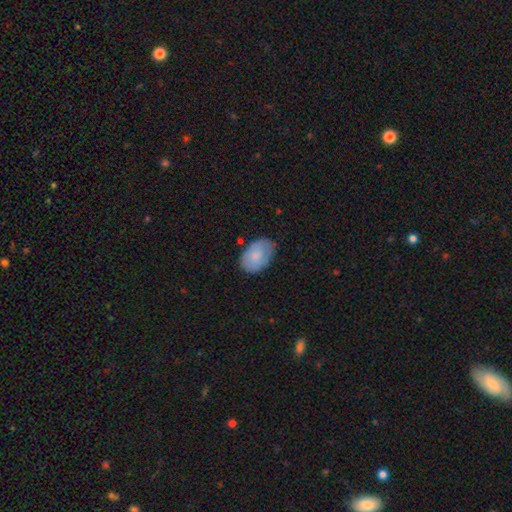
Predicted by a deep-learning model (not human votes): Smooth or featured: smooth — 76% (featured or disk — 18%)
How rounded: in between — 87% (round — 11%)
Merging: none — 70% (minor disturbance — 23%)